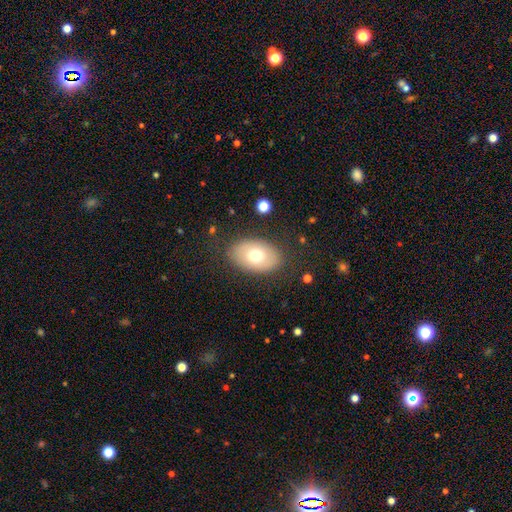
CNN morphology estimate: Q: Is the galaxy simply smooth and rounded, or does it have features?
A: smooth — 69%.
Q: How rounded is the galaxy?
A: in between — 87%.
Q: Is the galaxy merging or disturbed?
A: none — 83%.